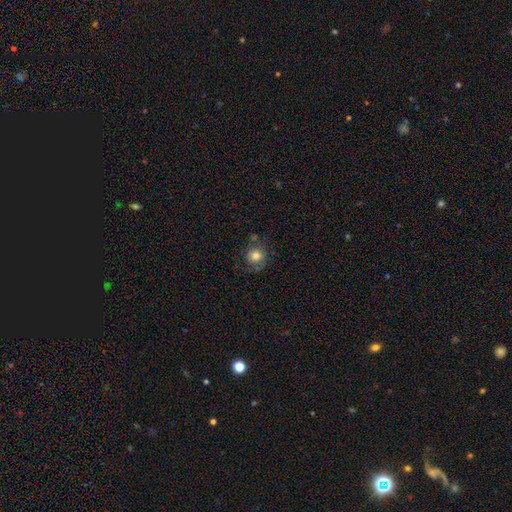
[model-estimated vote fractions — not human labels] Q: Smooth or featured?
A: smooth (76%); runner-up: featured or disk (14%)
Q: How rounded?
A: round (87%); runner-up: in between (12%)
Q: Merging?
A: none (67%); runner-up: minor disturbance (18%)